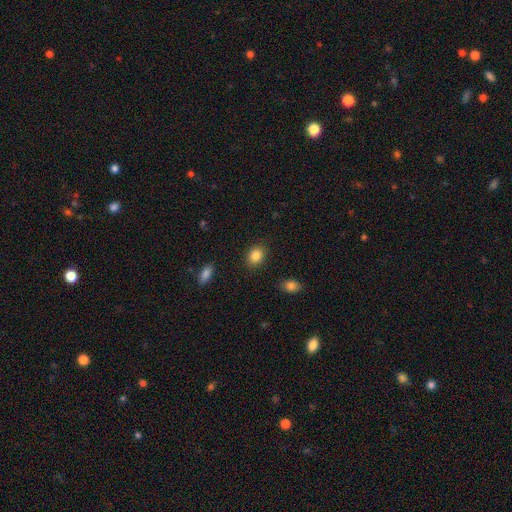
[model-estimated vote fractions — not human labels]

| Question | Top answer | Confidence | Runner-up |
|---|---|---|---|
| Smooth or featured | smooth | 85% | star or artifact (9%) |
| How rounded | in between | 55% | round (44%) |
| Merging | none | 88% | minor disturbance (8%) |